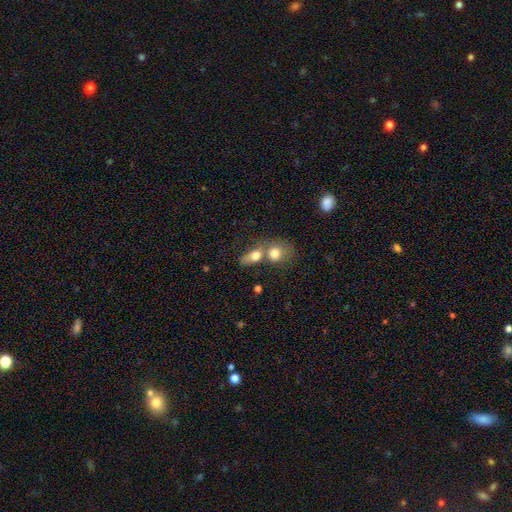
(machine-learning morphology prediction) Smooth or featured: smooth — 74% (featured or disk — 17%)
How rounded: in between — 60% (round — 36%)
Merging: merger — 64% (none — 20%)